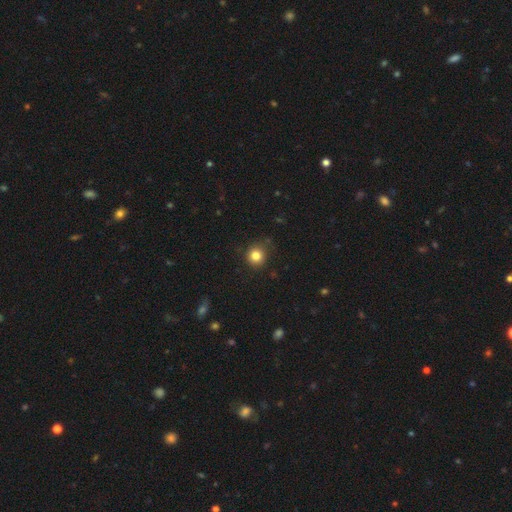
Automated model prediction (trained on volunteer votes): Morphology: type=smooth (82%); roundness=round (91%); merging=none (84%).